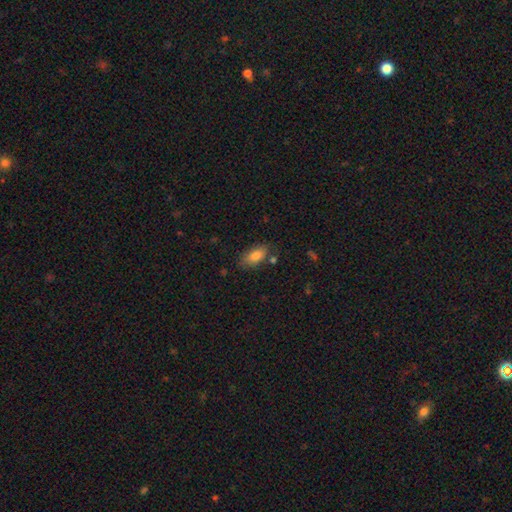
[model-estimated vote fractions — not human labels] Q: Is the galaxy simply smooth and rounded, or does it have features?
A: smooth — 83%.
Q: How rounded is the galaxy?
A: in between — 88%.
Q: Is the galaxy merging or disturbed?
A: none — 75%.